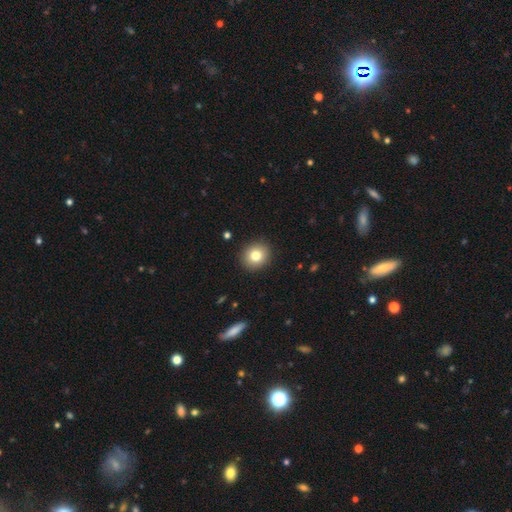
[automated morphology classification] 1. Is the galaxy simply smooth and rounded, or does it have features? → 81% smooth, 10% star or artifact, 9% featured or disk.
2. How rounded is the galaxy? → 84% round, 15% in between, 1% cigar-shaped.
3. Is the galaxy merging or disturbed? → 91% none, 6% minor disturbance, 2% major disturbance, 1% merger.